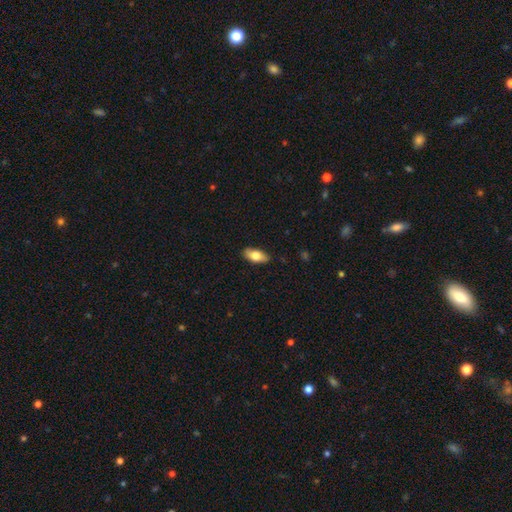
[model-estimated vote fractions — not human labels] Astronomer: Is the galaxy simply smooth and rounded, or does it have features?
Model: smooth — 76%.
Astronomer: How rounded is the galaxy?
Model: in between — 88%.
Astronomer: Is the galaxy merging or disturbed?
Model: none — 85%.